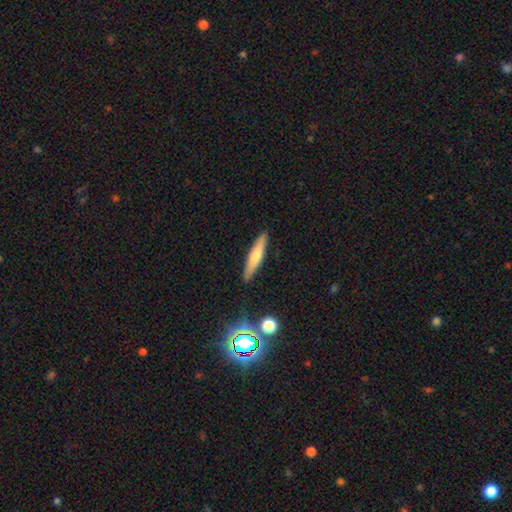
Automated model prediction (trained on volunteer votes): Q: Smooth or featured?
A: smooth (53%); runner-up: featured or disk (38%)
Q: How rounded?
A: cigar-shaped (88%); runner-up: in between (11%)
Q: Merging?
A: none (89%); runner-up: minor disturbance (8%)